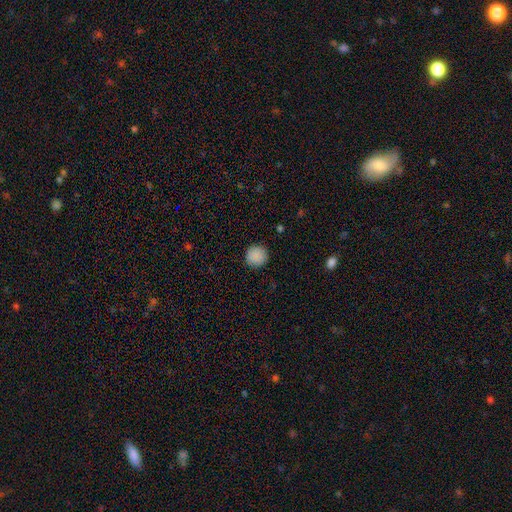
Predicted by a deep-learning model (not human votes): This appears to be a smooth galaxy with no disk features (89%) that is round (95%). Merging: none (91%).